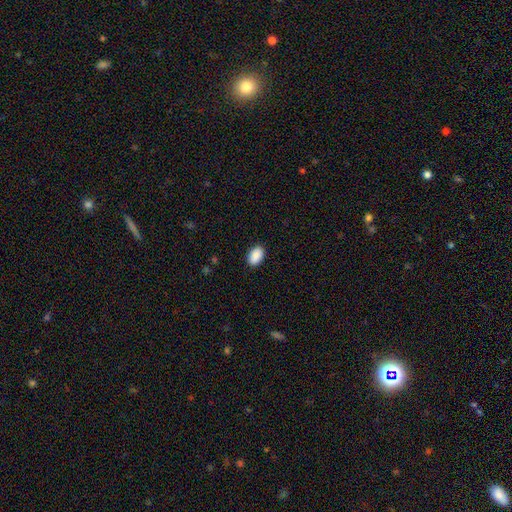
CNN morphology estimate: type=smooth (91%); roundness=in between (91%); merging=none (89%).